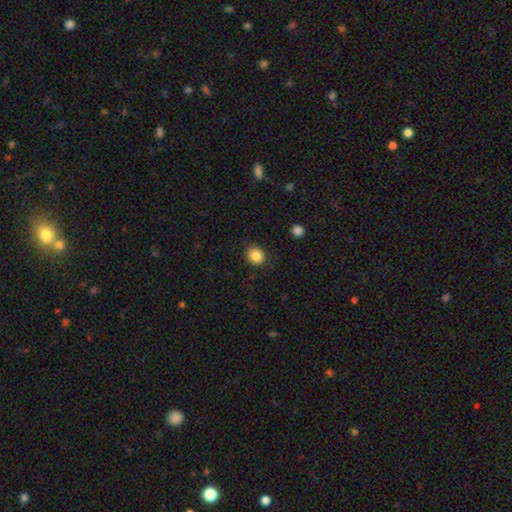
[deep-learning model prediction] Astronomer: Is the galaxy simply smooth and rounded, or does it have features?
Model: smooth — 85%.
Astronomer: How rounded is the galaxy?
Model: round — 83%.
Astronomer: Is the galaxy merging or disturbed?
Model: none — 87%.